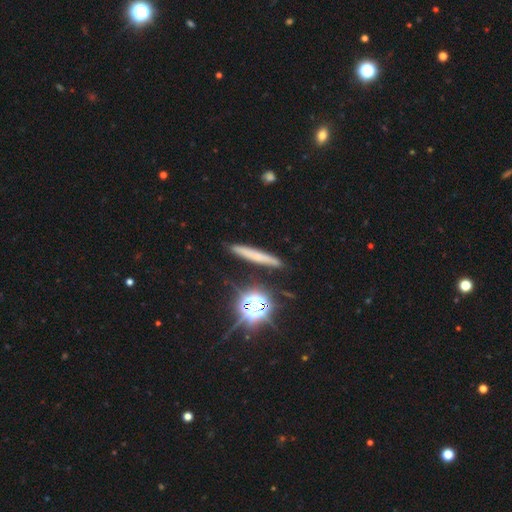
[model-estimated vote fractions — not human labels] smooth_or_featured: smooth (p=0.52) [alt: featured or disk p=0.29]
how_rounded: cigar-shaped (p=0.90) [alt: round p=0.05]
merging: none (p=0.87) [alt: minor disturbance p=0.09]